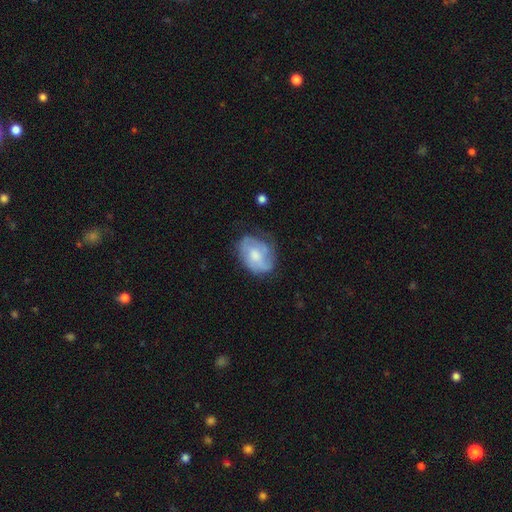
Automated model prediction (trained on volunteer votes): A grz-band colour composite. It shows a featured or disk galaxy (53%) with no bar (66%), spiral arms (71%) and a moderate central bulge (51%). Merging: none (56%).